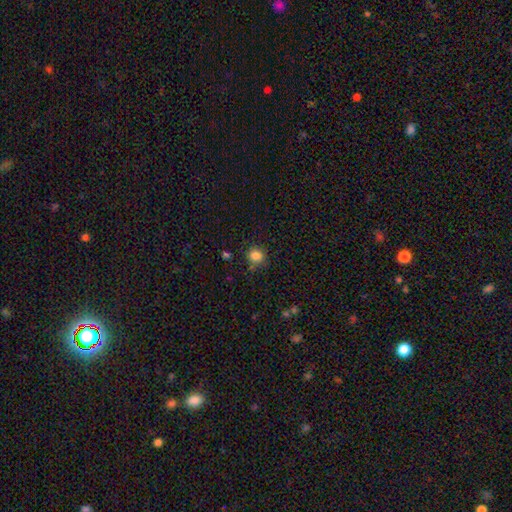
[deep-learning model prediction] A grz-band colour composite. It shows a smooth galaxy with no disk features (83%) that is round (80%). Merging: none (81%).